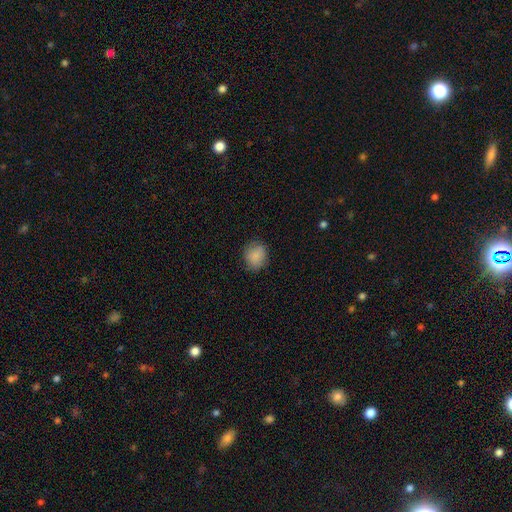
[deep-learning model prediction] The model was most divided on "how rounded": round: 67%, in between: 32%, cigar-shaped: 1%. More confident: smooth or featured — smooth (85%); merging — none (78%).